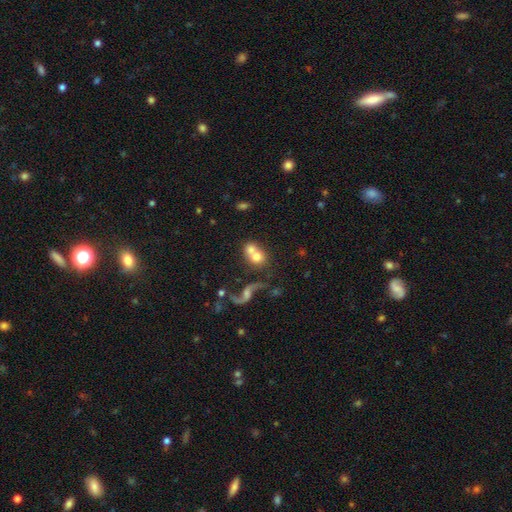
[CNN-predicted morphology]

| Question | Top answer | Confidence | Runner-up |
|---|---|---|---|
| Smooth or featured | smooth | 63% | featured or disk (27%) |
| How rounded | round | 68% | in between (30%) |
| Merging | merger | 59% | none (28%) |